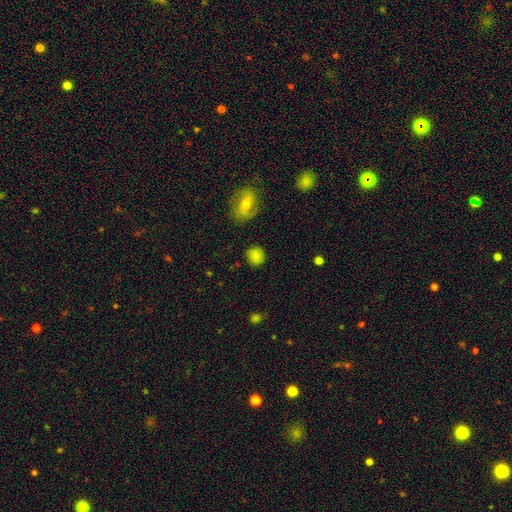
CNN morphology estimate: Q: Smooth or featured?
A: smooth (80%); runner-up: star or artifact (11%)
Q: How rounded?
A: round (81%); runner-up: in between (17%)
Q: Merging?
A: none (85%); runner-up: minor disturbance (10%)